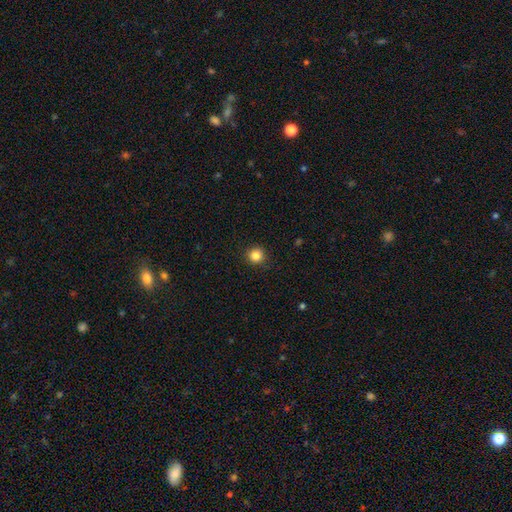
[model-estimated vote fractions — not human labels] Overall: smooth (85%). How rounded: round (94%). Merging: none (91%).